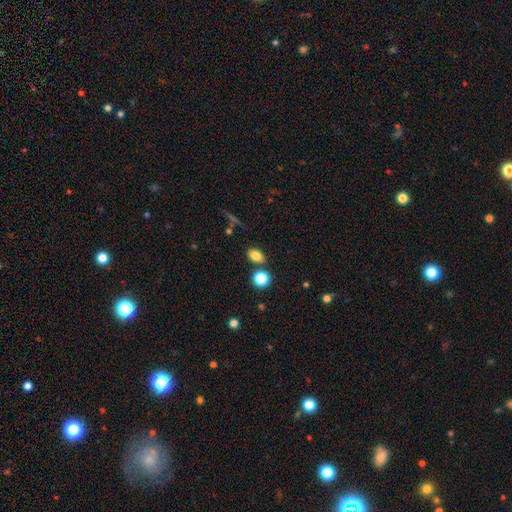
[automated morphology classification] smooth-or-featured: smooth: 81% | star or artifact: 12% | featured or disk: 7%
  how-rounded: in between: 75% | round: 23% | cigar-shaped: 2%
  merging: none: 78% | merger: 10% | minor disturbance: 9% | major disturbance: 3%